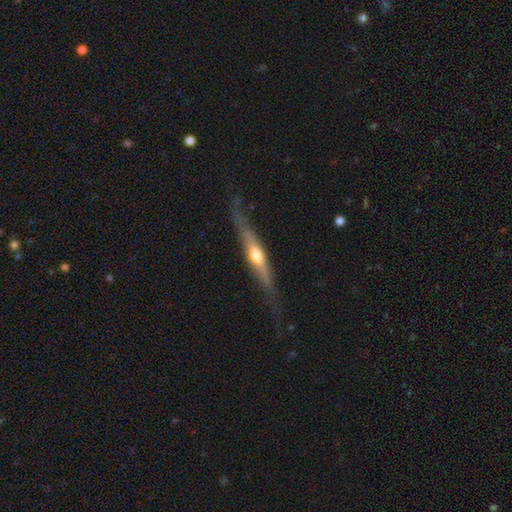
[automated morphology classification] A featured or disk galaxy (65%) viewed edge-on (91%) with a rounded central bulge (81%). Merging: none (73%).